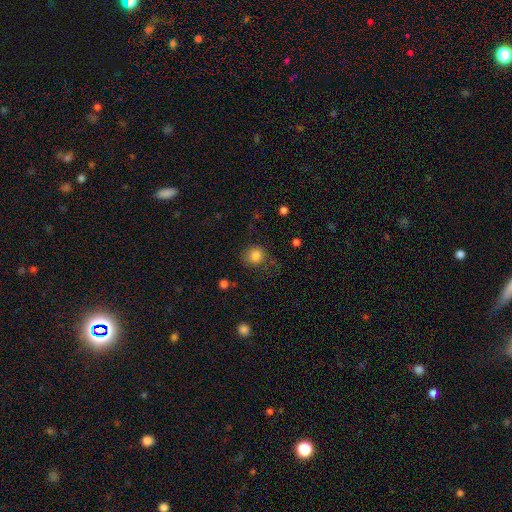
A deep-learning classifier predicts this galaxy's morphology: type=smooth (82%); roundness=round (82%); merging=none (65%).